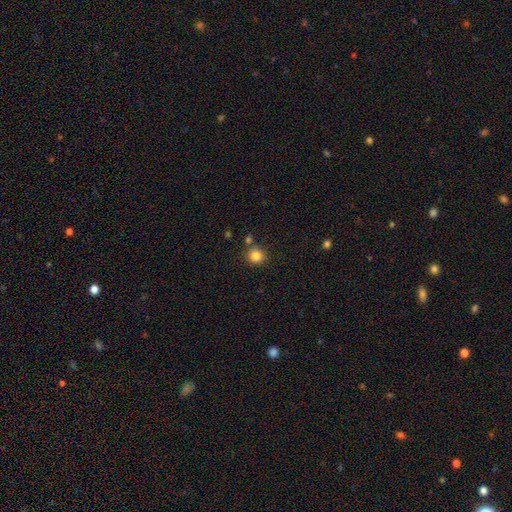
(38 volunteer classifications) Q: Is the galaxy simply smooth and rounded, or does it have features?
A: smooth — 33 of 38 (87%).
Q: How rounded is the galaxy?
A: round — 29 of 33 (88%).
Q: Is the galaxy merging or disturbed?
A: none — 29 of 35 (83%).